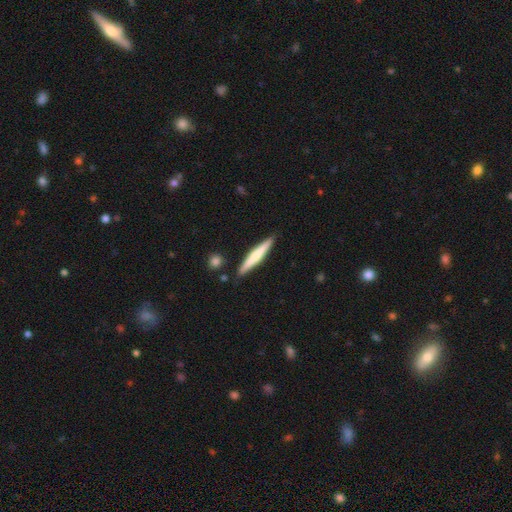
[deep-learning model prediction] Smooth or featured? Predicted: smooth (p=0.52). How rounded? Predicted: cigar-shaped (p=0.94). Merging? Predicted: none (p=0.88).